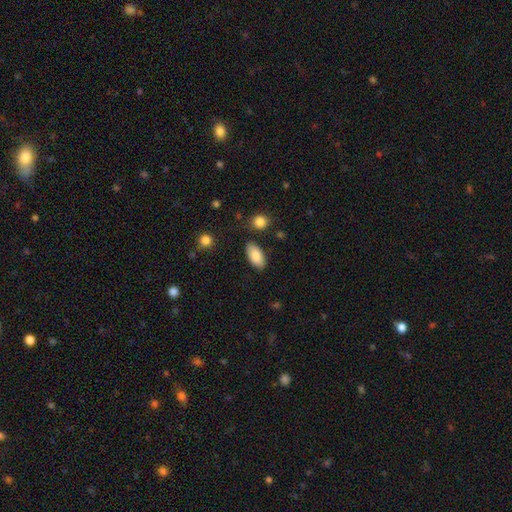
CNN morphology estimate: Smooth or featured: smooth — 86% (featured or disk — 8%)
How rounded: in between — 93% (cigar-shaped — 4%)
Merging: none — 83% (minor disturbance — 11%)